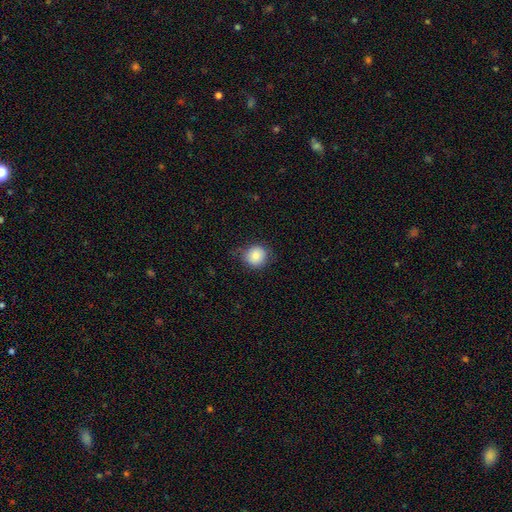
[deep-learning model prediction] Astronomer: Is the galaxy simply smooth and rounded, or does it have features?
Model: smooth — 84%.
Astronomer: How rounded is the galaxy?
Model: round — 88%.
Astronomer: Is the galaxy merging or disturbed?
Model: none — 76%.